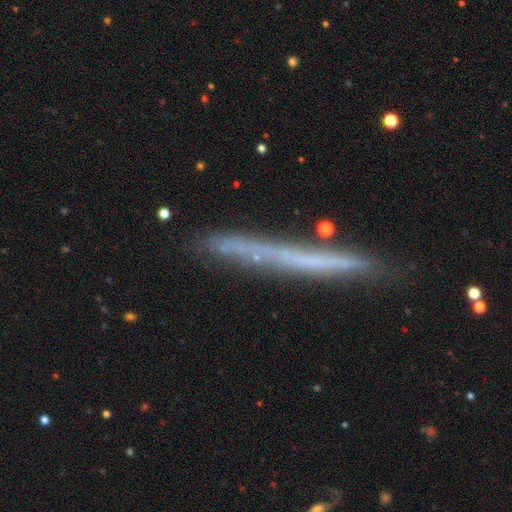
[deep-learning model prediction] Smooth or featured?
  - featured or disk: 46% *
  - smooth: 39%
  - star or artifact: 15%
Merging?
  - none: 79% *
  - minor disturbance: 14%
  - merger: 4%
  - major disturbance: 4%